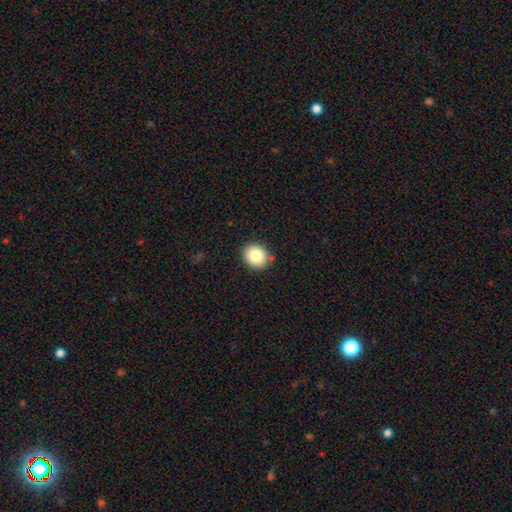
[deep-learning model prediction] This is clearly a smooth galaxy (84%). How rounded: likely round (64%). Merging: clearly none (86%).